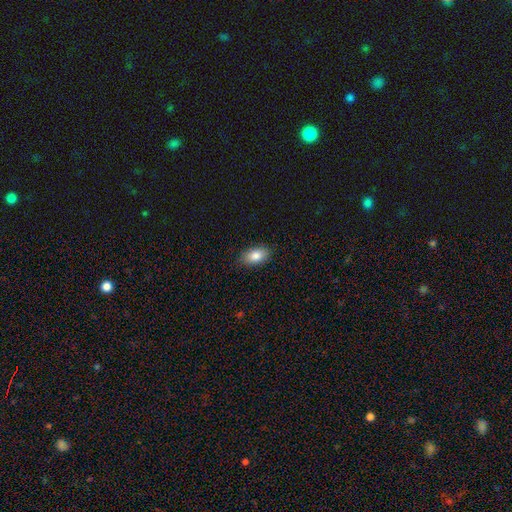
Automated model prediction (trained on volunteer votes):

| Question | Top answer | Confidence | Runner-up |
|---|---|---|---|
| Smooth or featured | smooth | 84% | featured or disk (9%) |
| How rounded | in between | 90% | round (7%) |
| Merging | none | 85% | minor disturbance (12%) |